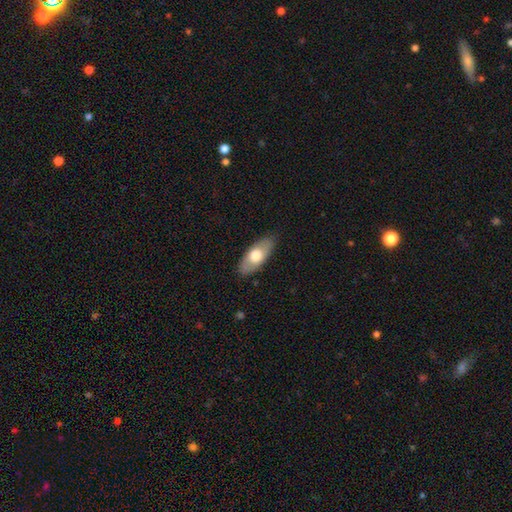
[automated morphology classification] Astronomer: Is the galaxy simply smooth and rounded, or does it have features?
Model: smooth — 61%.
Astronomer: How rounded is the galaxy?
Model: in between — 84%.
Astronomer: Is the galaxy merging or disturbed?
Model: none — 84%.